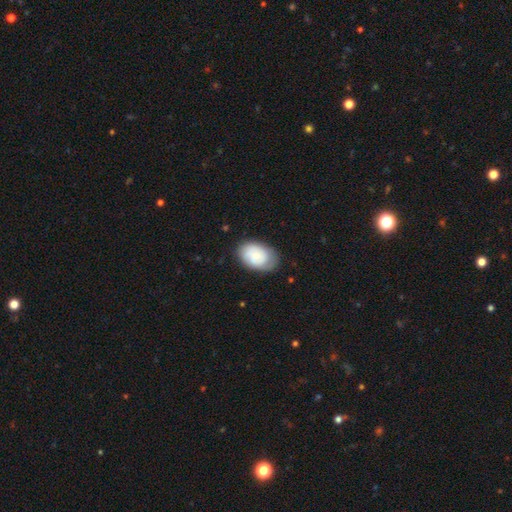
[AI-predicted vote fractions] The model was most divided on "smooth or featured": smooth: 60%, featured or disk: 33%, star or artifact: 7%. More confident: how rounded — in between (84%); merging — none (73%).